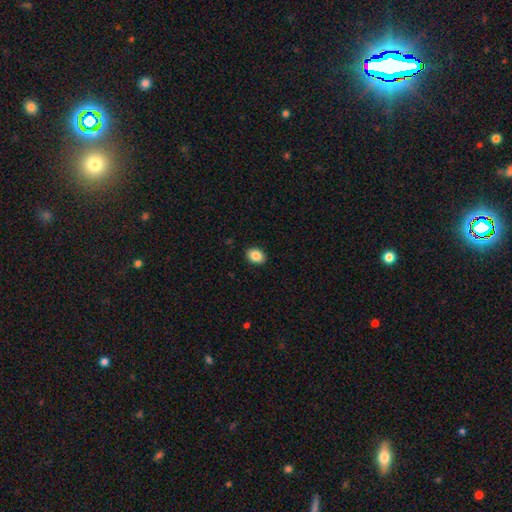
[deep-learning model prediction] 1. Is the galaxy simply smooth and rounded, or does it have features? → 86% smooth, 8% star or artifact, 5% featured or disk.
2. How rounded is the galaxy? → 65% in between, 34% round, 1% cigar-shaped.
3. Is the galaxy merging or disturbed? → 90% none, 7% minor disturbance, 2% major disturbance, 1% merger.